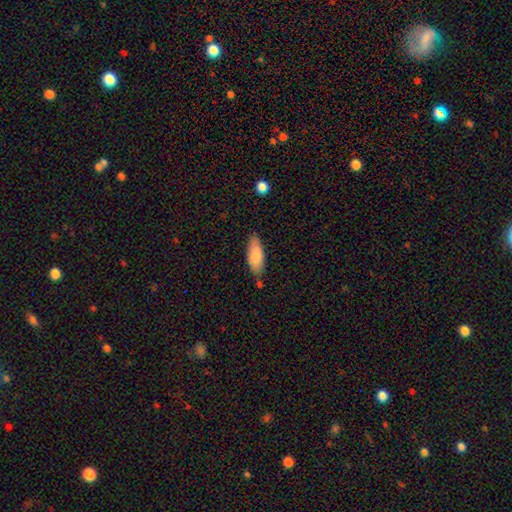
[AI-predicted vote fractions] Smooth or featured? Predicted: smooth (p=0.81). How rounded? Predicted: in between (p=0.71). Merging? Predicted: none (p=0.76).